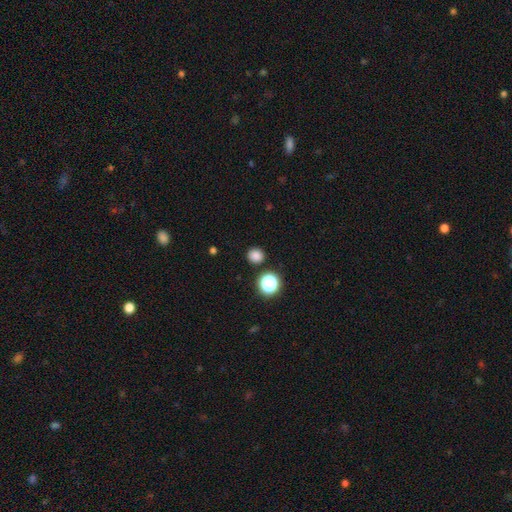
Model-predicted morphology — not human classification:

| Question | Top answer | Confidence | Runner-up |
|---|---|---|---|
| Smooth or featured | smooth | 80% | star or artifact (15%) |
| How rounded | round | 86% | in between (13%) |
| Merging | none | 88% | minor disturbance (7%) |